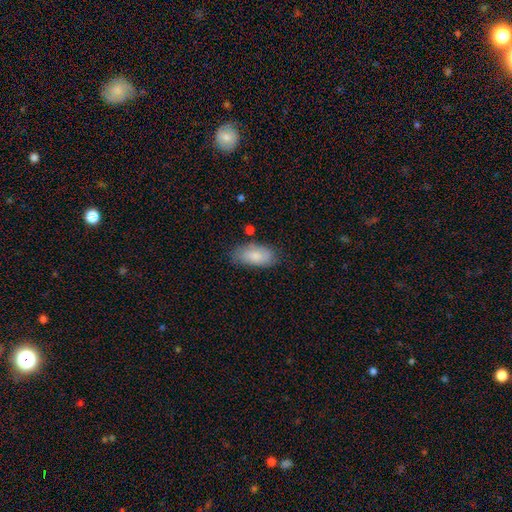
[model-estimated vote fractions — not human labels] Smooth or featured?
  - smooth: 77% *
  - featured or disk: 17%
  - star or artifact: 6%
How rounded?
  - in between: 93% *
  - cigar-shaped: 5%
  - round: 3%
Merging?
  - none: 71% *
  - minor disturbance: 21%
  - major disturbance: 4%
  - merger: 3%